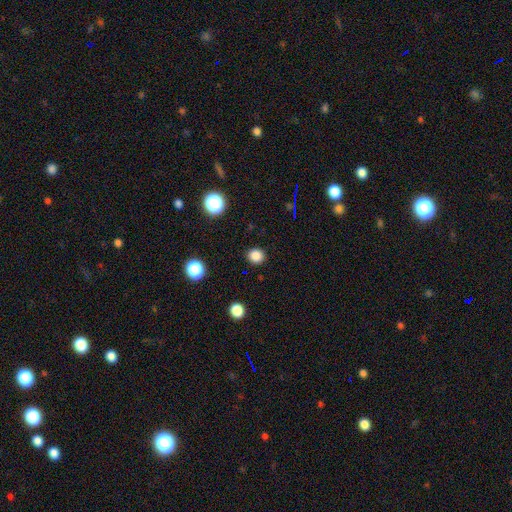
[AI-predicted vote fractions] Morphology: type=smooth (84%); roundness=round (81%); merging=none (90%).